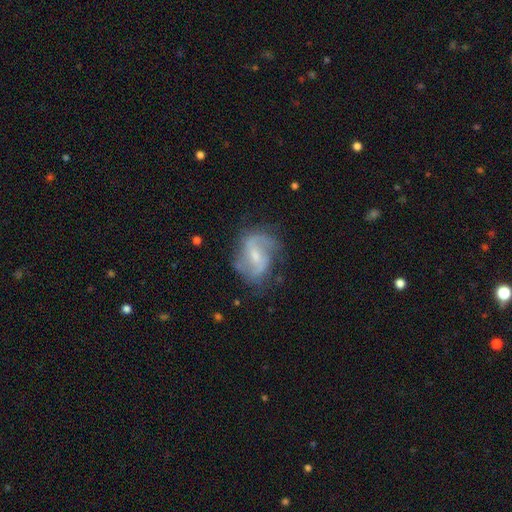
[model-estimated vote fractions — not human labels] Smooth or featured? featured or disk (81%)
Edge-on disk? no (97%)
Bar? weak (55%)
Spiral arms? yes (93%)
Spiral winding? medium (45%)
Spiral arm count? 2 (82%)
Bulge size? small (51%)
Merging? none (65%)